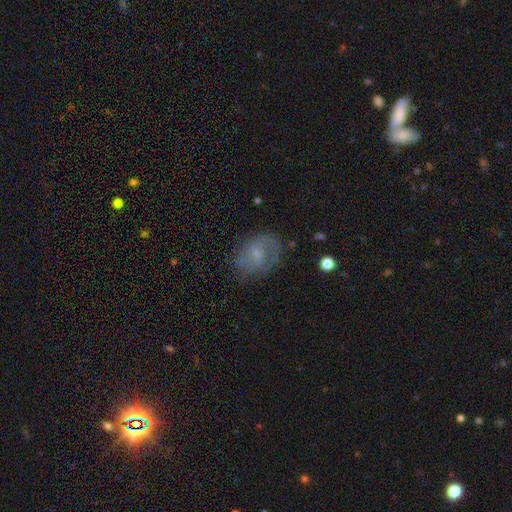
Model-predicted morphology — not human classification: Smooth or featured?
  - featured or disk: 52% *
  - smooth: 37%
  - star or artifact: 11%
Edge-on disk?
  - no: 96% *
  - yes: 4%
Bar?
  - no: 51% *
  - weak: 42%
  - strong: 7%
Spiral arms?
  - yes: 78% *
  - no: 22%
Bulge size?
  - small: 56% *
  - moderate: 24%
  - none: 17%
  - large: 2%
  - dominant: 1%
Merging?
  - none: 66% *
  - minor disturbance: 21%
  - major disturbance: 11%
  - merger: 2%